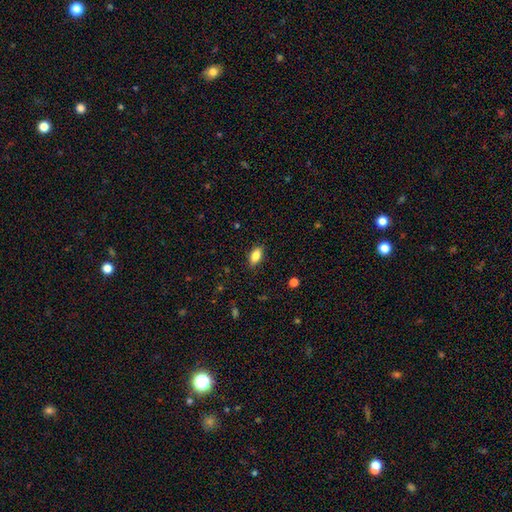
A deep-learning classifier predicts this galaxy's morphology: Q: Smooth or featured?
A: smooth (85%); runner-up: star or artifact (8%)
Q: How rounded?
A: in between (89%); runner-up: cigar-shaped (6%)
Q: Merging?
A: none (87%); runner-up: minor disturbance (10%)